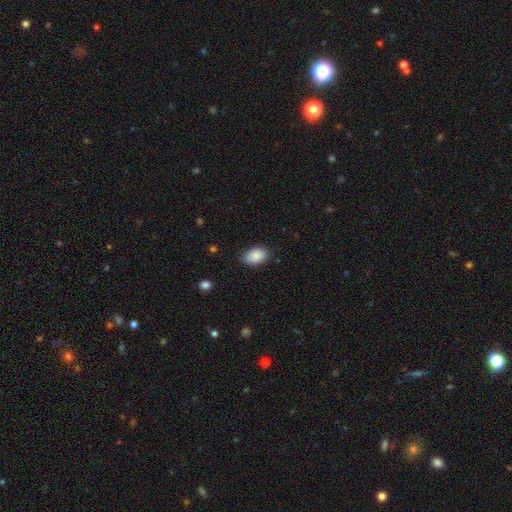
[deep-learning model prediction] A smooth galaxy with no disk features (88%) that is in between round and cigar-shaped (84%).

Vote fractions:
- Smooth or featured? smooth: 88% / star or artifact: 7% / featured or disk: 5%
- How rounded? in between: 84% / round: 14% / cigar-shaped: 1%
- Merging? none: 80% / minor disturbance: 16% / major disturbance: 3% / merger: 1%